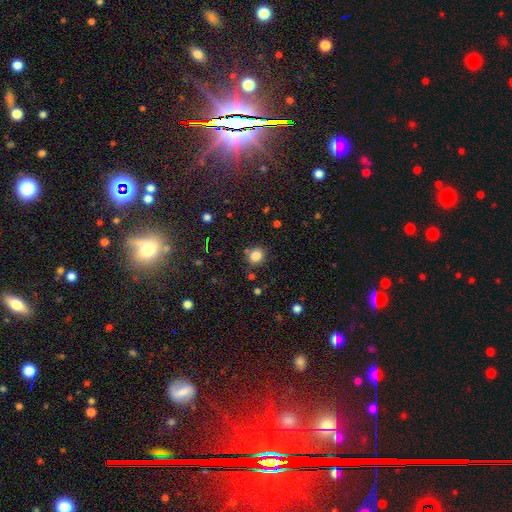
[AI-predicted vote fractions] Smooth or featured? Predicted: smooth (p=0.83). How rounded? Predicted: round (p=0.79). Merging? Predicted: none (p=0.81).